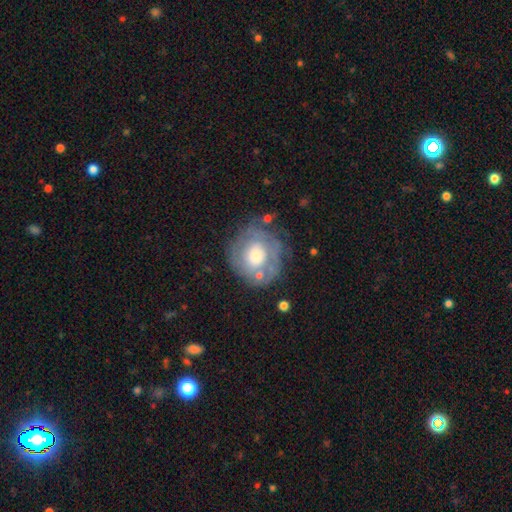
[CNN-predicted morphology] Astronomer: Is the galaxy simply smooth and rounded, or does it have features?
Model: featured or disk — 56% (runner-up: smooth, 36%).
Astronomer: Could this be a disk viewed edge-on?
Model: no — 97%.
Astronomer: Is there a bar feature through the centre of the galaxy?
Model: no — 84%.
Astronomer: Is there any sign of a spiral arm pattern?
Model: yes — 54% (runner-up: no, 46%).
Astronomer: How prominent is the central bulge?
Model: moderate — 48% (runner-up: large, 34%).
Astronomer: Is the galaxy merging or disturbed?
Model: none — 66%.